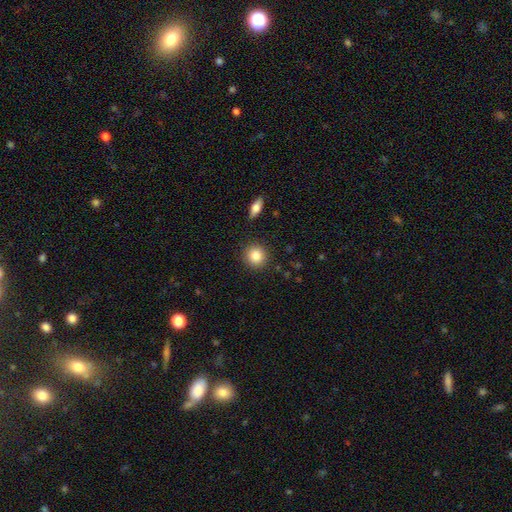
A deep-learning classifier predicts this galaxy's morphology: Q: Smooth or featured?
A: smooth (84%); runner-up: star or artifact (9%)
Q: How rounded?
A: round (90%); runner-up: in between (9%)
Q: Merging?
A: none (90%); runner-up: minor disturbance (6%)